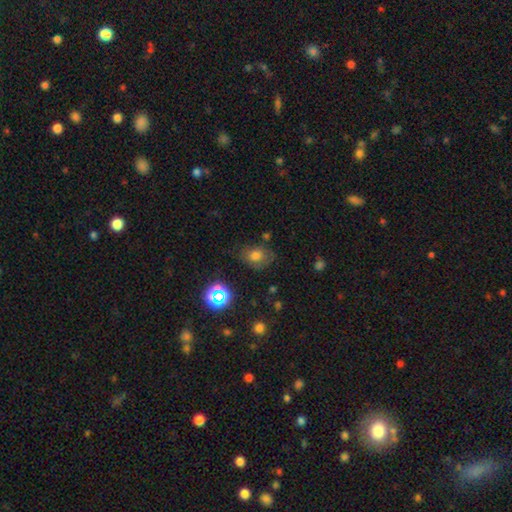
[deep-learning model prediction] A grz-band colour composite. It shows a smooth galaxy with no disk features (70%) that is in between round and cigar-shaped (60%). Merging: none (66%).